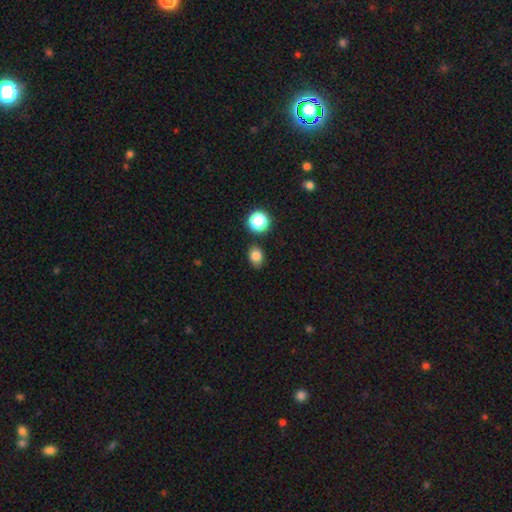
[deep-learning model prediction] Q: Smooth or featured?
A: smooth (81%); runner-up: star or artifact (13%)
Q: How rounded?
A: in between (57%); runner-up: round (41%)
Q: Merging?
A: none (80%); runner-up: minor disturbance (12%)